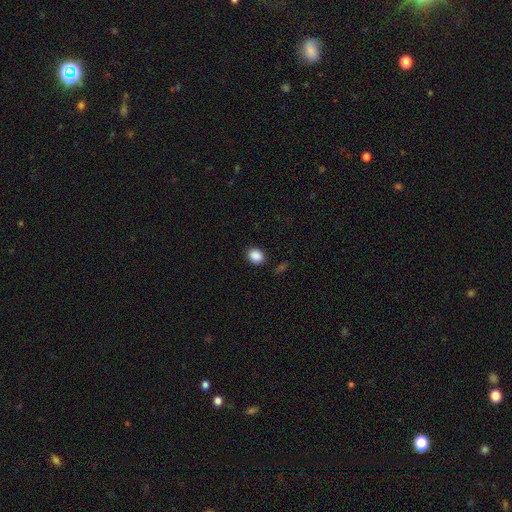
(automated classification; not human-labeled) Smooth or featured? Predicted: smooth (p=0.88). How rounded? Predicted: round (p=0.53). Merging? Predicted: none (p=0.88).